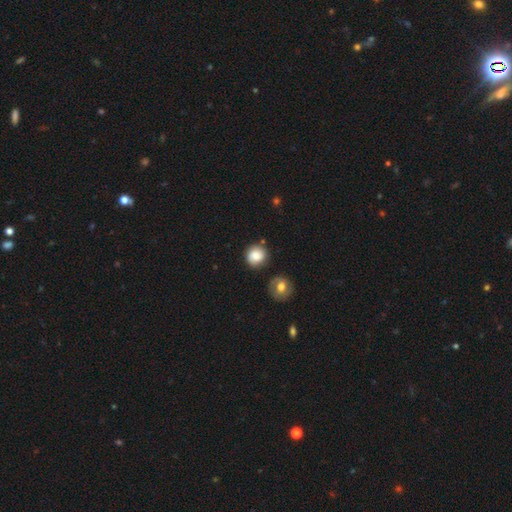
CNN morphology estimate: This is clearly a smooth galaxy (81%). How rounded: clearly round (89%). Merging: likely none (79%).